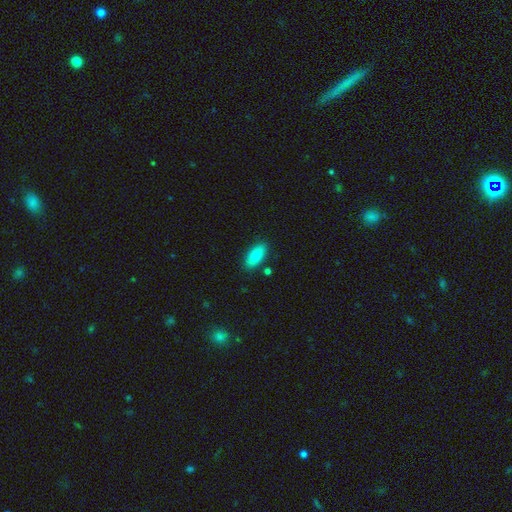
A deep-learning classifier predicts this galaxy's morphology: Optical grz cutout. It shows a smooth galaxy with no disk features (87%) that is in between round and cigar-shaped (84%). Merging: none (86%).